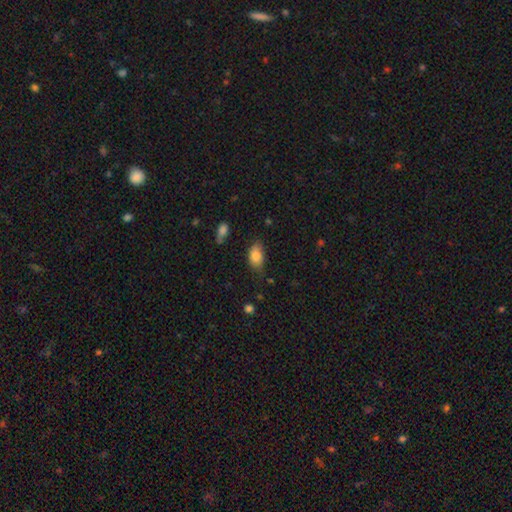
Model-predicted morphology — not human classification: Smooth or featured?
  - smooth: 82% *
  - featured or disk: 9%
  - star or artifact: 8%
How rounded?
  - in between: 88% *
  - round: 10%
  - cigar-shaped: 2%
Merging?
  - none: 64% *
  - minor disturbance: 28%
  - major disturbance: 6%
  - merger: 2%